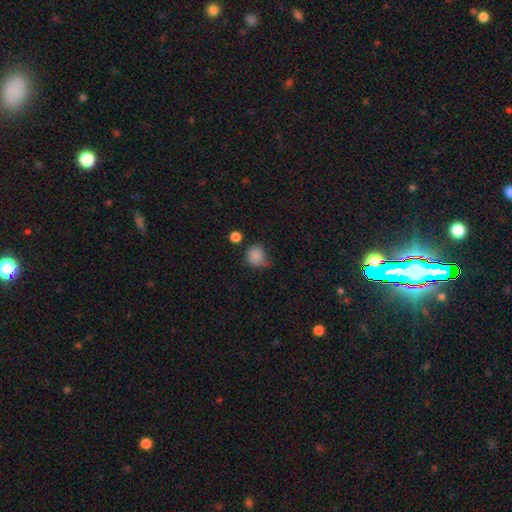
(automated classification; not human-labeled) smooth-or-featured: smooth: 83% | star or artifact: 11% | featured or disk: 6%
  how-rounded: round: 84% | in between: 15% | cigar-shaped: 1%
  merging: none: 50% | minor disturbance: 33% | major disturbance: 10% | merger: 6%